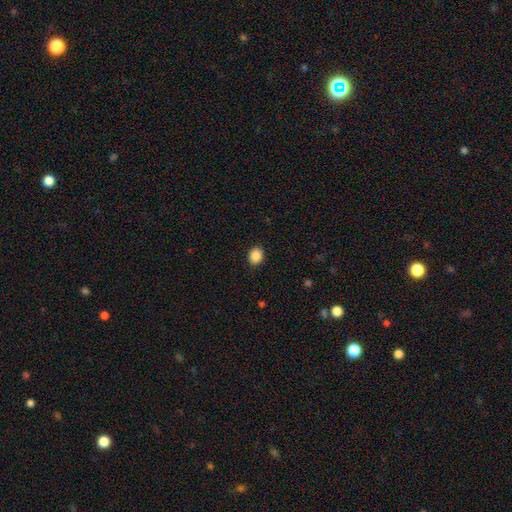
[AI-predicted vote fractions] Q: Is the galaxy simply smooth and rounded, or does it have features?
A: smooth — 88%.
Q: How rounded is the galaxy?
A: round — 53%.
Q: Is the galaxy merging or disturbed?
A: none — 90%.